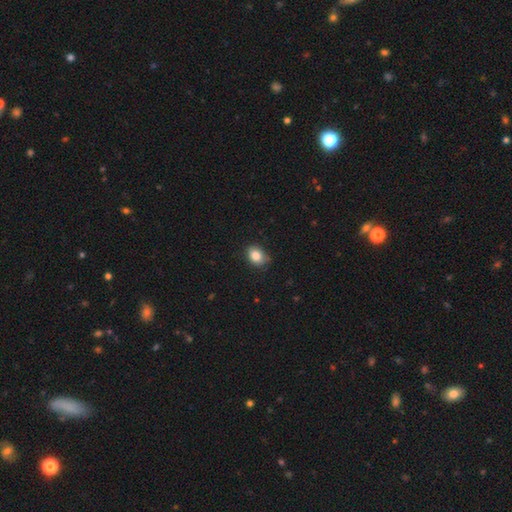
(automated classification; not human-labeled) Smooth or featured? smooth (85%)
How rounded? in between (66%)
Merging? none (75%)